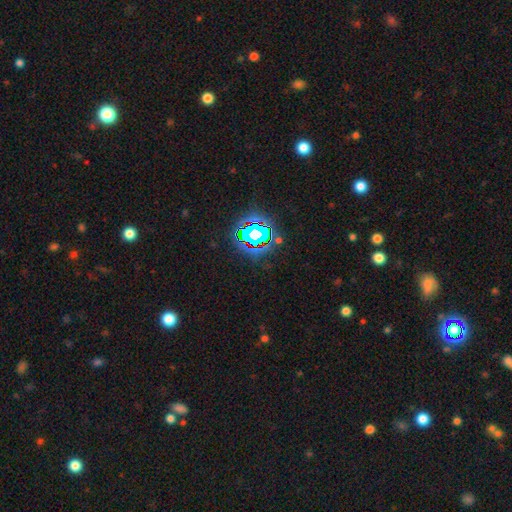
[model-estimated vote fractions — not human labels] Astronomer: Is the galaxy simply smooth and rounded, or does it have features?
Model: star or artifact — 79%.